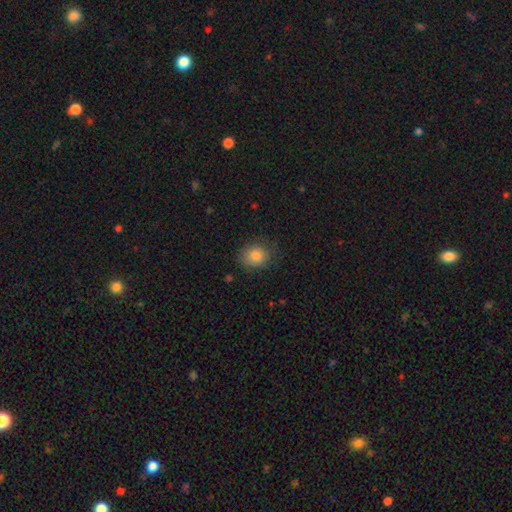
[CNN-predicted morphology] smooth-or-featured: smooth: 83% | star or artifact: 10% | featured or disk: 7%
  how-rounded: round: 69% | in between: 30% | cigar-shaped: 1%
  merging: none: 80% | minor disturbance: 15% | major disturbance: 4% | merger: 1%